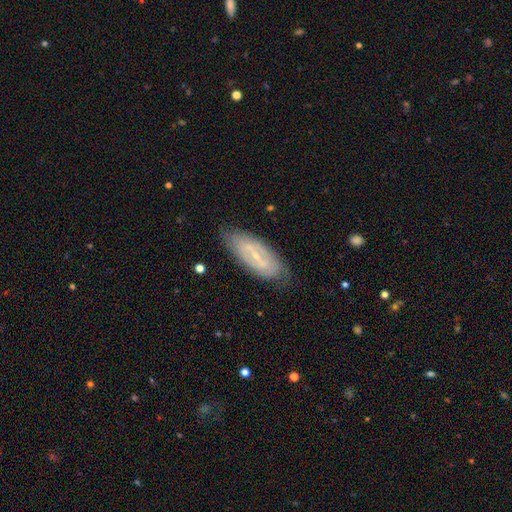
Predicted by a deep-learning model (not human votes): Q: Smooth or featured?
A: featured or disk (68%); runner-up: smooth (25%)
Q: Edge-on disk?
A: no (86%); runner-up: yes (14%)
Q: Bar?
A: weak (45%); runner-up: strong (33%)
Q: Spiral arms?
A: yes (71%); runner-up: no (29%)
Q: Bulge size?
A: small (75%); runner-up: moderate (17%)
Q: Merging?
A: none (77%); runner-up: minor disturbance (17%)